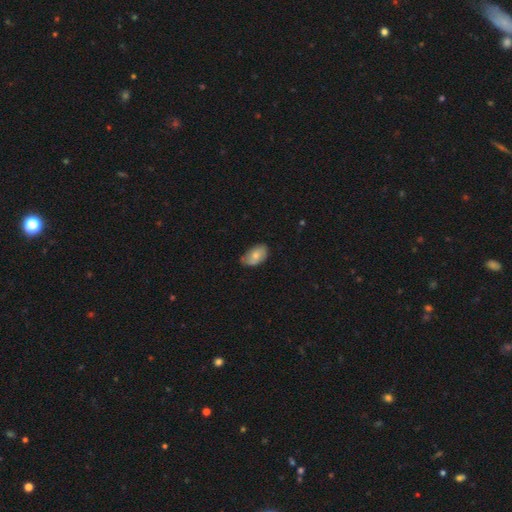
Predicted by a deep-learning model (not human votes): A smooth galaxy with no disk features (72%) that is in between round and cigar-shaped (93%).

Vote fractions:
- Smooth or featured? smooth: 72% / featured or disk: 22% / star or artifact: 7%
- How rounded? in between: 93% / round: 5% / cigar-shaped: 2%
- Merging? none: 64% / minor disturbance: 30% / major disturbance: 5% / merger: 1%